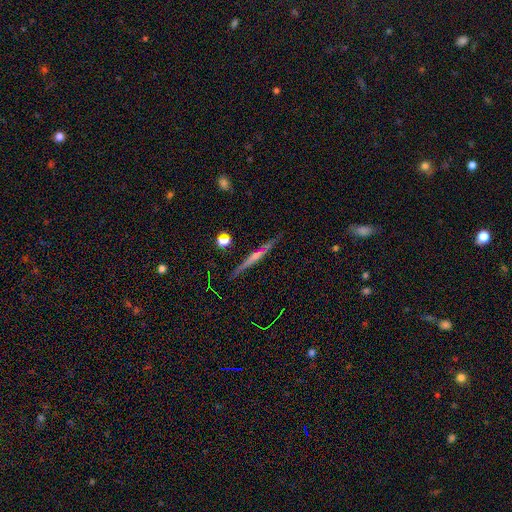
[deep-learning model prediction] Smooth or featured: featured or disk — 65% (smooth — 27%)
Edge-on disk: yes — 96% (no — 4%)
Edge-on bulge: none — 50% (rounded — 35%)
Merging: none — 86% (minor disturbance — 10%)